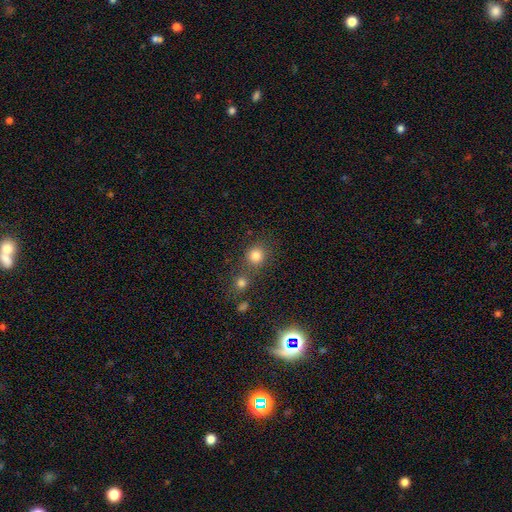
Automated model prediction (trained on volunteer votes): Smooth or featured: smooth — 80% (star or artifact — 14%)
How rounded: round — 88% (in between — 11%)
Merging: none — 62% (merger — 25%)